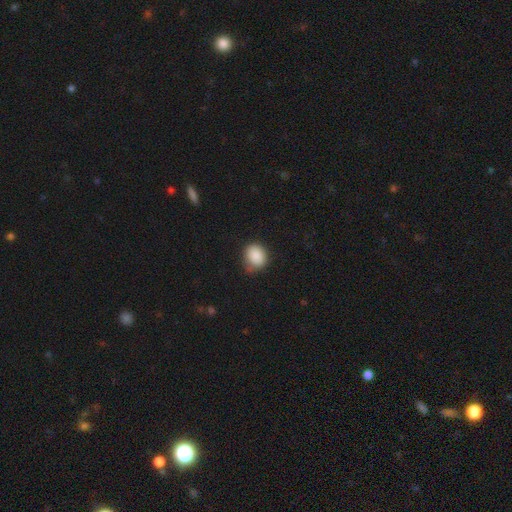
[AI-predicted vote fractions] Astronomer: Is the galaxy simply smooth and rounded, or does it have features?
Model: smooth — 88%.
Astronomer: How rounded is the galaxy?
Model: round — 59% (runner-up: in between, 40%).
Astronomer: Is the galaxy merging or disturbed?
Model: none — 71%.